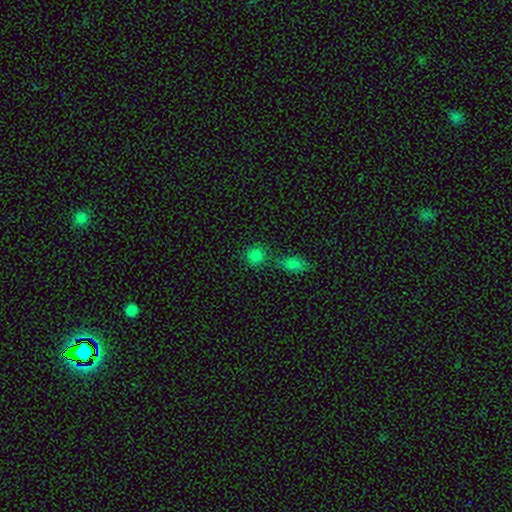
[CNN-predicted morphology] smooth 80%, star or artifact 15%, featured or disk 4%. Down the decision tree: how rounded — round (89%); merging — none (67%).